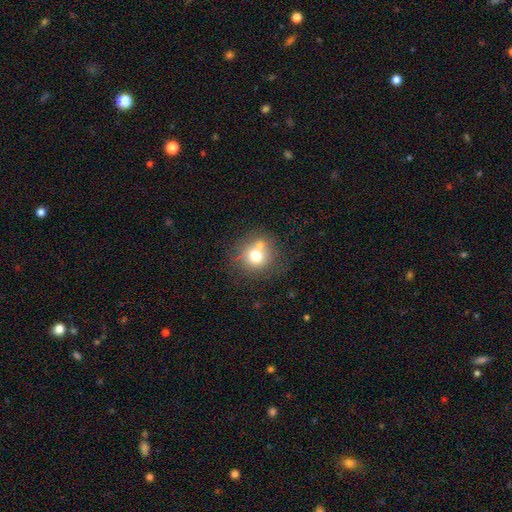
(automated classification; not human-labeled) Smooth or featured?
  - smooth: 70% *
  - featured or disk: 17%
  - star or artifact: 13%
How rounded?
  - round: 89% *
  - in between: 11%
  - cigar-shaped: 1%
Merging?
  - none: 59% *
  - merger: 25%
  - minor disturbance: 11%
  - major disturbance: 4%